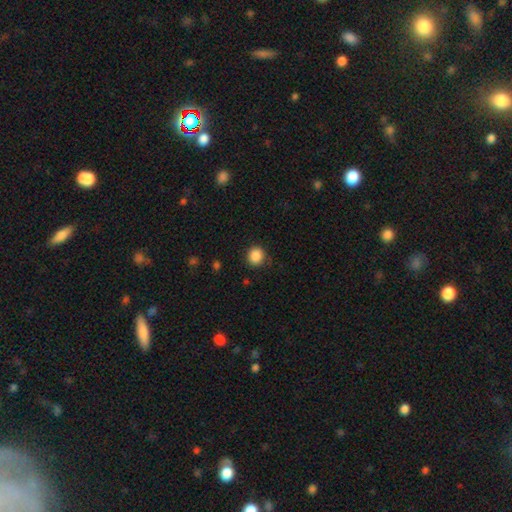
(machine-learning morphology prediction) Smooth or featured?
  - smooth: 88% *
  - star or artifact: 10%
  - featured or disk: 3%
How rounded?
  - round: 86% *
  - in between: 13%
  - cigar-shaped: 1%
Merging?
  - none: 86% *
  - minor disturbance: 10%
  - major disturbance: 3%
  - merger: 1%